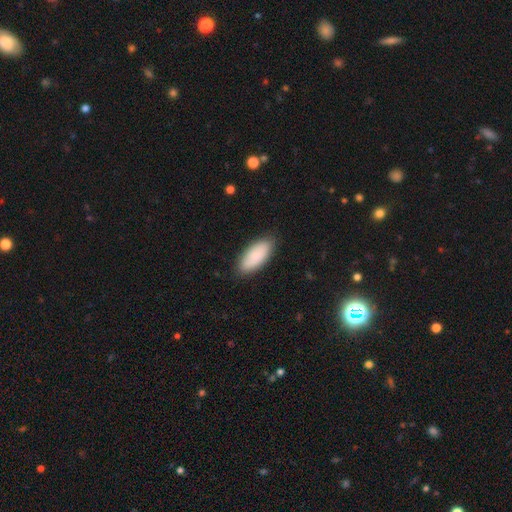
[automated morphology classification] Q: Smooth or featured?
A: smooth (86%); runner-up: featured or disk (8%)
Q: How rounded?
A: in between (87%); runner-up: cigar-shaped (11%)
Q: Merging?
A: none (87%); runner-up: minor disturbance (10%)